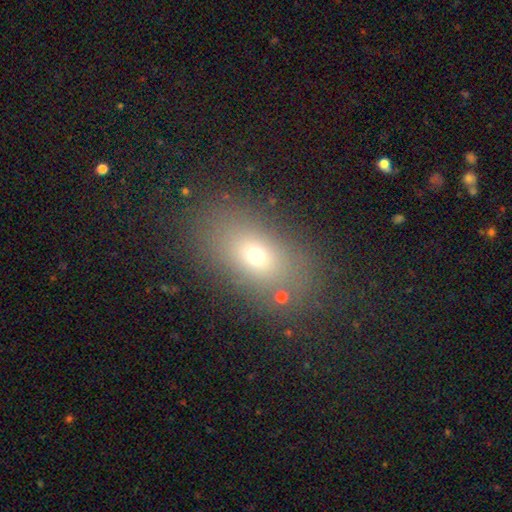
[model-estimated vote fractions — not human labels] This appears to be a smooth galaxy with no disk features (65%) that is in between round and cigar-shaped (77%). Merging: none (78%).